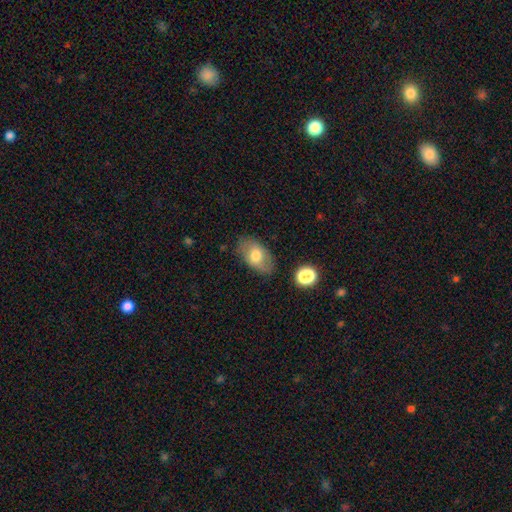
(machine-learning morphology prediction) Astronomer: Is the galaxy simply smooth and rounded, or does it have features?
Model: smooth — 70%.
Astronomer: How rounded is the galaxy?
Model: in between — 91%.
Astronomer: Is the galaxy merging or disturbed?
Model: none — 78%.